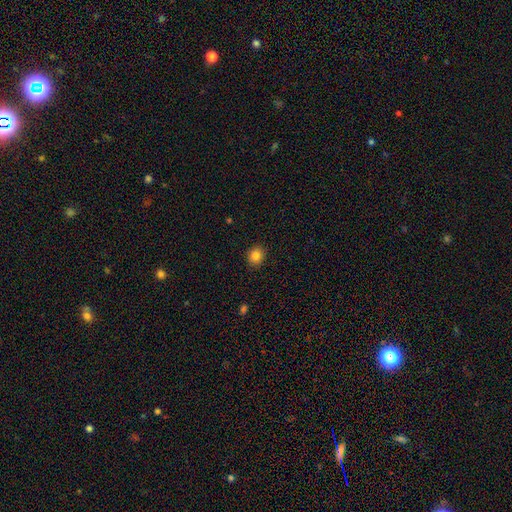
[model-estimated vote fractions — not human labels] This appears to be a smooth galaxy with no disk features (83%) that is round (74%). Merging: none (91%).